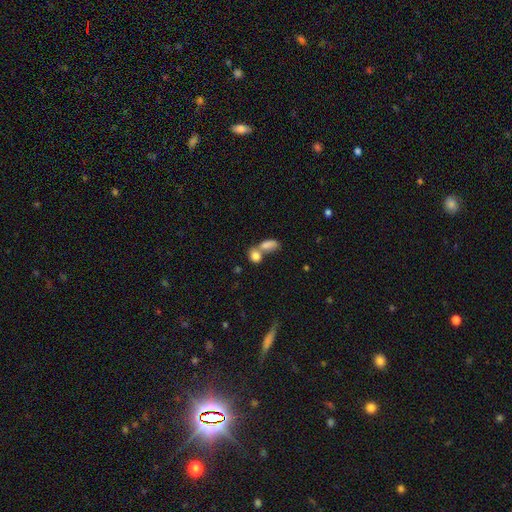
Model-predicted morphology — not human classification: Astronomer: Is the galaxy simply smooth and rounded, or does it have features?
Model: smooth — 83%.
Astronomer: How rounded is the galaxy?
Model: in between — 69%.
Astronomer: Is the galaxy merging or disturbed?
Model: merger — 61%.